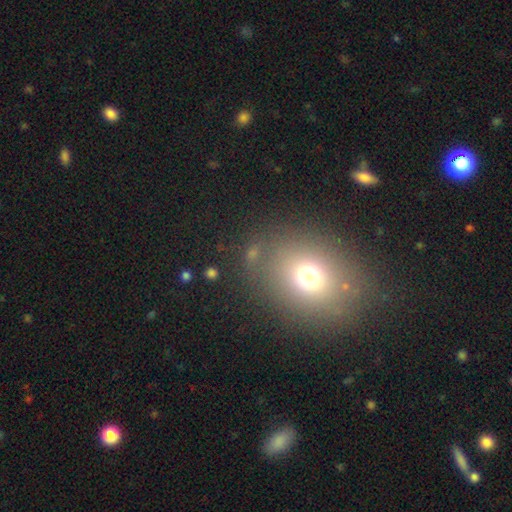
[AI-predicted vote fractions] The model was most divided on "how rounded": round: 54%, in between: 44%, cigar-shaped: 2%. More confident: merging — none (78%); smooth or featured — smooth (68%).